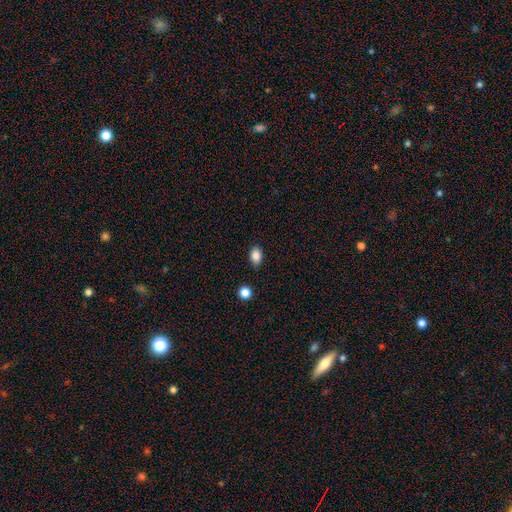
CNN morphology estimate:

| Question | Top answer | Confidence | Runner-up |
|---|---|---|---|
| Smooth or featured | smooth | 86% | star or artifact (9%) |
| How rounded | in between | 82% | round (16%) |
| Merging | none | 85% | minor disturbance (10%) |